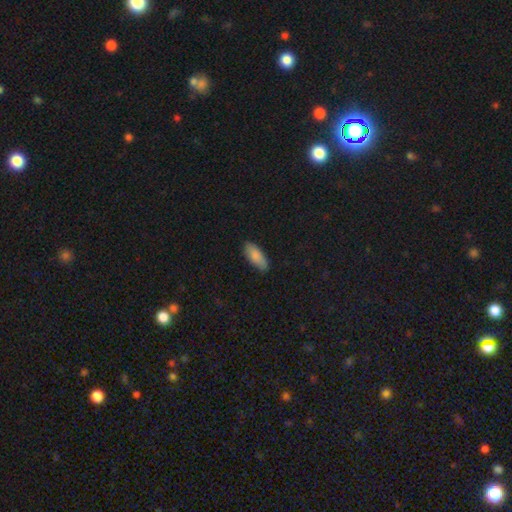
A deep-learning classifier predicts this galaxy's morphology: smooth_or_featured: smooth (p=0.87) [alt: featured or disk p=0.08]
how_rounded: in between (p=0.81) [alt: cigar-shaped p=0.17]
merging: none (p=0.82) [alt: minor disturbance p=0.15]